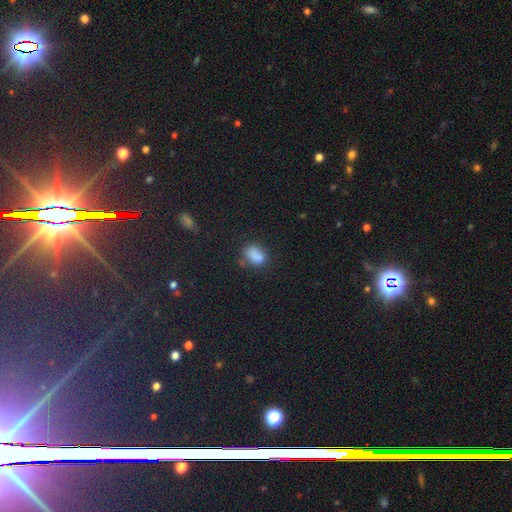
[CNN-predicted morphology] Smooth or featured? Predicted: smooth (p=0.80). How rounded? Predicted: in between (p=0.73). Merging? Predicted: none (p=0.54).